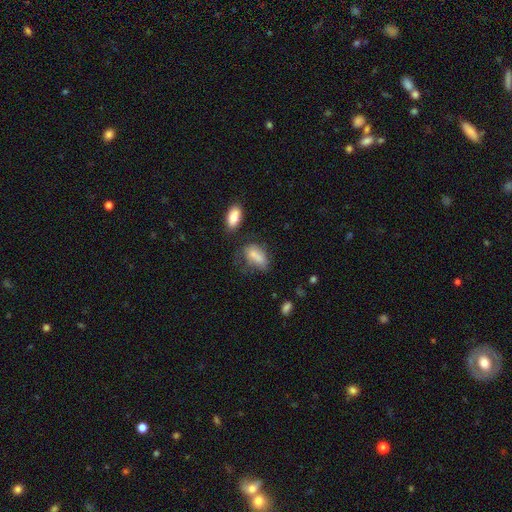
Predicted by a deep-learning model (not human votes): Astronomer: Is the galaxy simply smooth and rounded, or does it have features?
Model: smooth — 75%.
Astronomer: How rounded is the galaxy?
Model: in between — 86%.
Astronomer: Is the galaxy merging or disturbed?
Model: none — 41% (runner-up: minor disturbance, 29%).